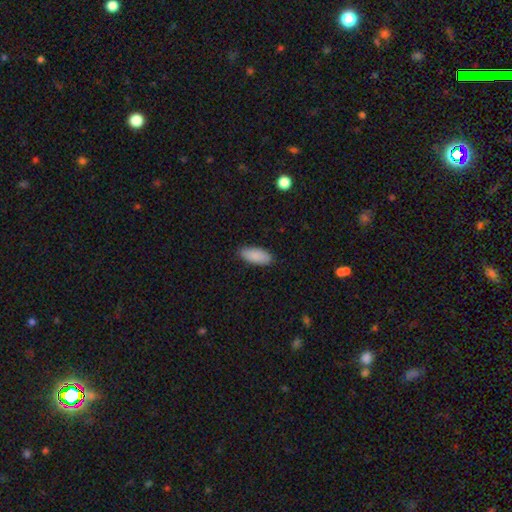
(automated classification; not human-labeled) A smooth galaxy with no disk features (89%) that is in between round and cigar-shaped (87%).

Vote fractions:
- Smooth or featured? smooth: 89% / star or artifact: 6% / featured or disk: 5%
- How rounded? in between: 87% / cigar-shaped: 12% / round: 2%
- Merging? none: 87% / minor disturbance: 10% / major disturbance: 2% / merger: 1%